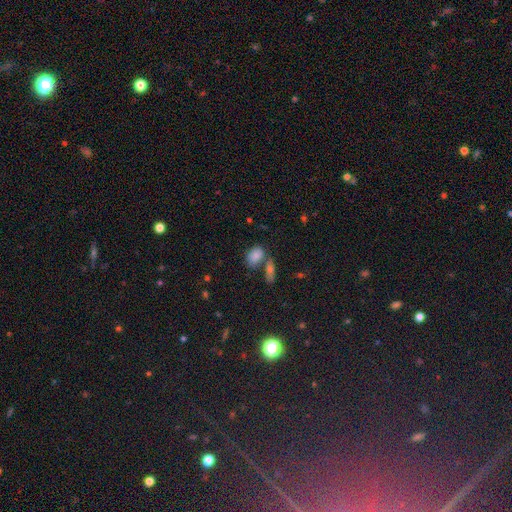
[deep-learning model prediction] Q: Smooth or featured?
A: smooth (83%); runner-up: star or artifact (9%)
Q: How rounded?
A: in between (84%); runner-up: round (13%)
Q: Merging?
A: none (48%); runner-up: merger (33%)